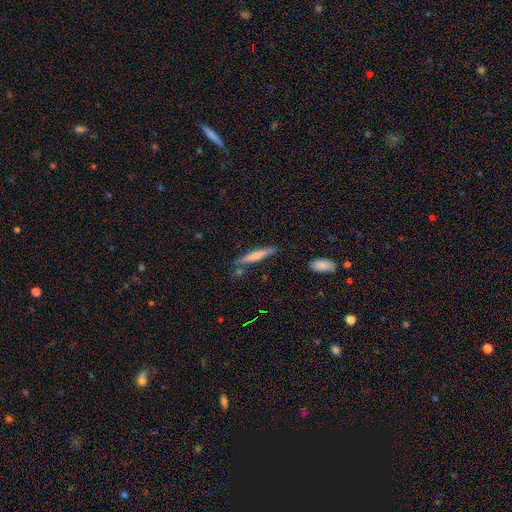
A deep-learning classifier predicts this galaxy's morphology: Smooth or featured? Predicted: smooth (p=0.62). How rounded? Predicted: cigar-shaped (p=0.92). Merging? Predicted: none (p=0.81).